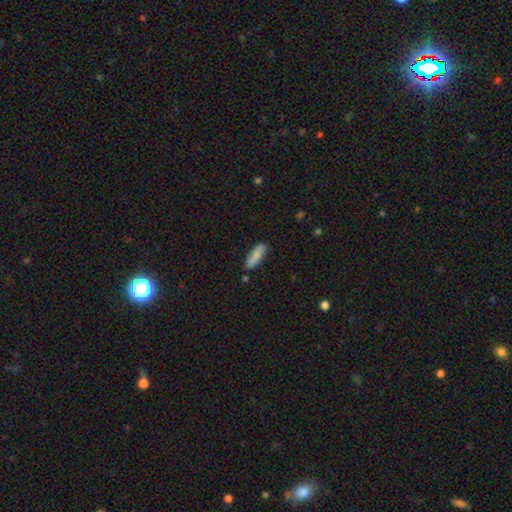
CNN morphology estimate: This appears to be a smooth galaxy with no disk features (83%) that is in between round and cigar-shaped (52%). Merging: none (81%).